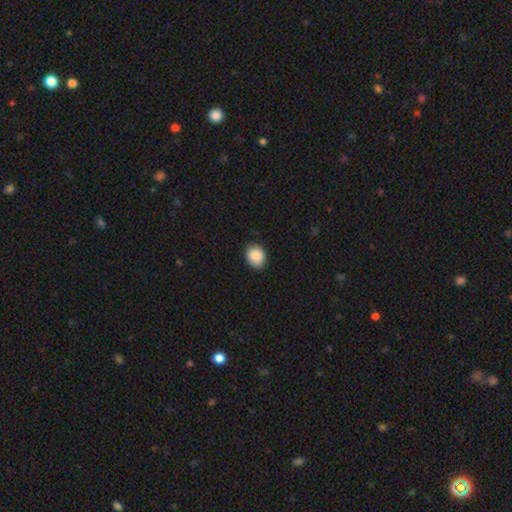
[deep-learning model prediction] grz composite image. It shows a smooth galaxy with no disk features (89%) that is round (62%). Merging: none (85%).